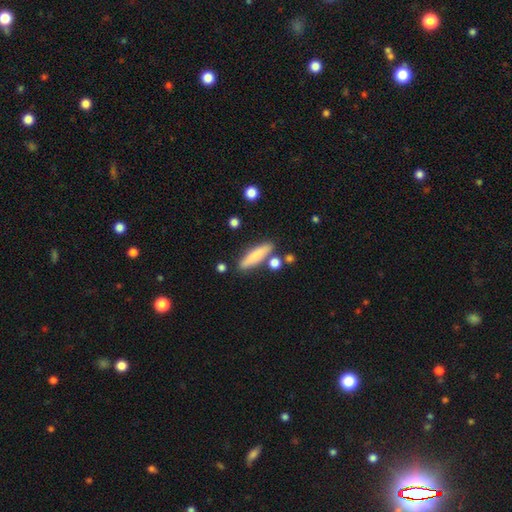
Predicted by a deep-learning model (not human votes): Q: Smooth or featured?
A: smooth (77%); runner-up: featured or disk (16%)
Q: How rounded?
A: cigar-shaped (76%); runner-up: in between (22%)
Q: Merging?
A: none (78%); runner-up: minor disturbance (12%)